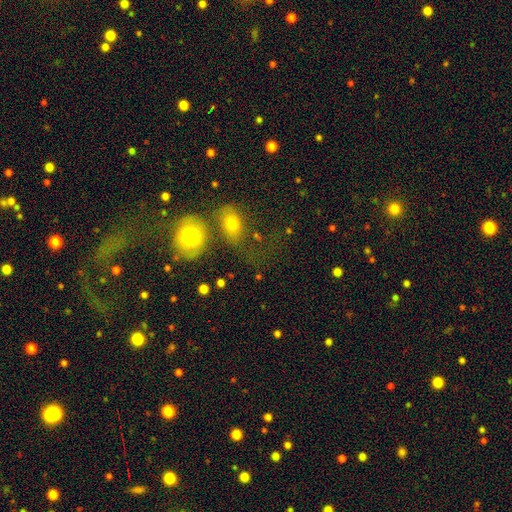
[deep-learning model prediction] A smooth galaxy with no disk features (52%) that is round (54%). Merging: merger (36%).